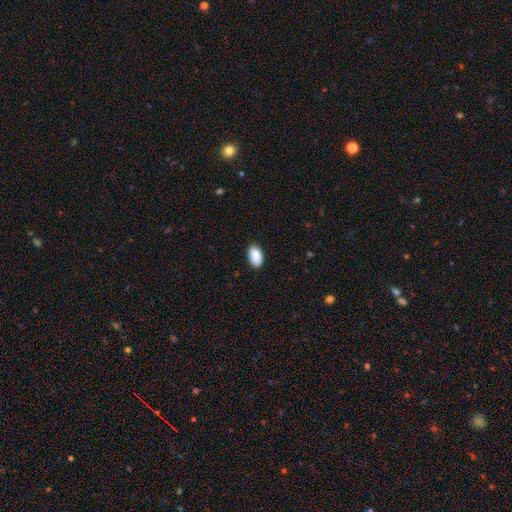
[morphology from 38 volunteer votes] Q: Smooth or featured?
A: smooth (95%); runner-up: featured or disk (3%)
Q: How rounded?
A: in between (94%); runner-up: round (3%)
Q: Merging?
A: none (92%); runner-up: major disturbance (5%)